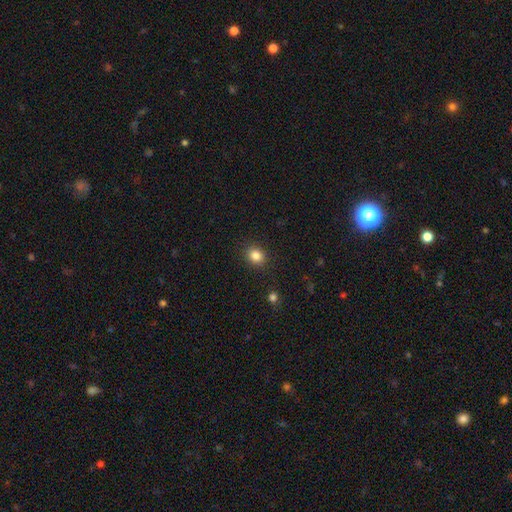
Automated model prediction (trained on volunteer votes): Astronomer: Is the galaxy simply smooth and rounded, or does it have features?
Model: smooth — 84%.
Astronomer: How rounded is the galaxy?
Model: round — 66%.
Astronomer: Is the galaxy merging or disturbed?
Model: none — 89%.